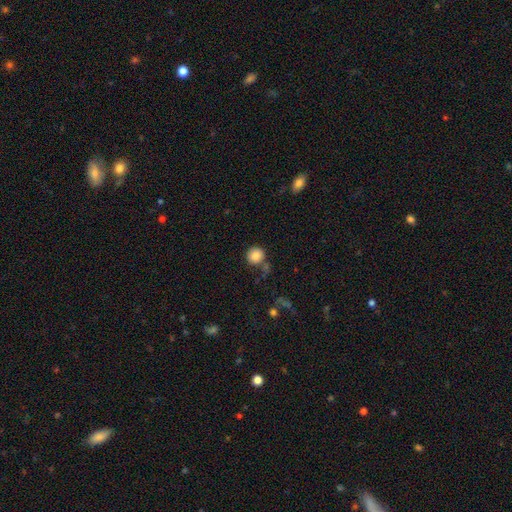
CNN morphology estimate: The model was most divided on "merging": none: 69%, minor disturbance: 14%, merger: 11%, major disturbance: 6%. More confident: how rounded — round (90%); smooth or featured — smooth (86%).